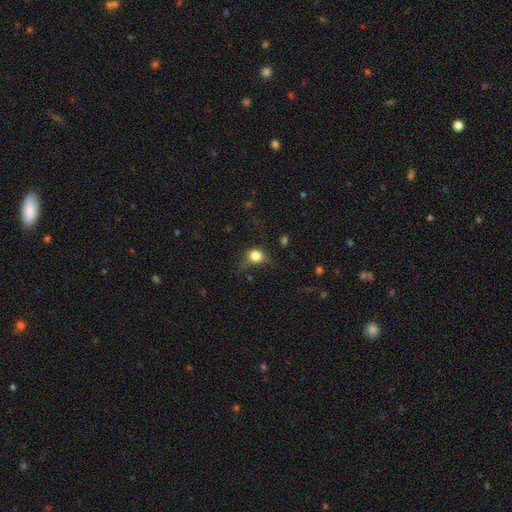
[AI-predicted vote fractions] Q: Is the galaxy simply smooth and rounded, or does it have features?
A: smooth — 78%.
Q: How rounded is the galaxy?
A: round — 70%.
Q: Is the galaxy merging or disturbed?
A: none — 52%.